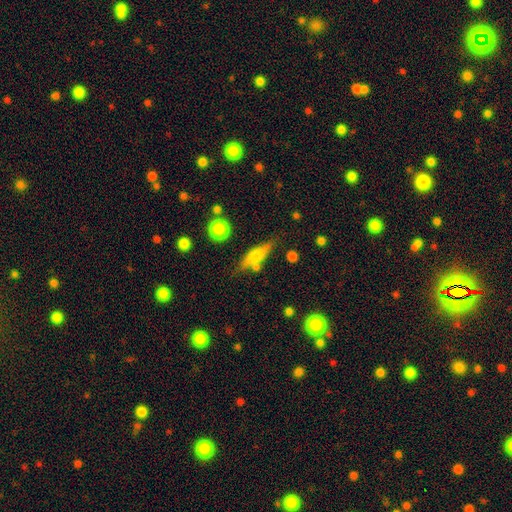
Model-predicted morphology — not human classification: smooth 54%, featured or disk 39%, star or artifact 7%. Down the decision tree: how rounded — cigar-shaped (56%); merging — none (70%).